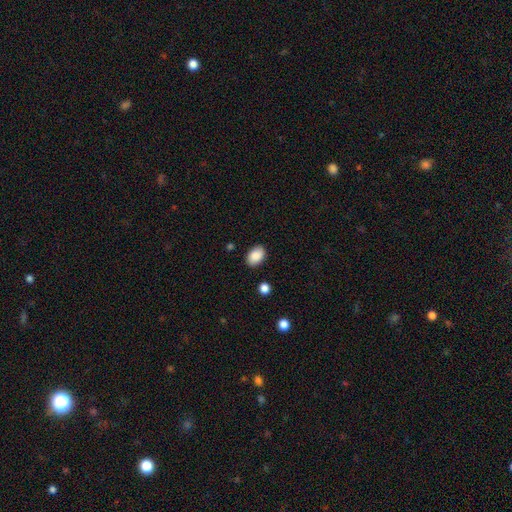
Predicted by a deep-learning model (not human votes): Q: Smooth or featured?
A: smooth (88%); runner-up: star or artifact (7%)
Q: How rounded?
A: in between (85%); runner-up: round (14%)
Q: Merging?
A: none (85%); runner-up: minor disturbance (11%)